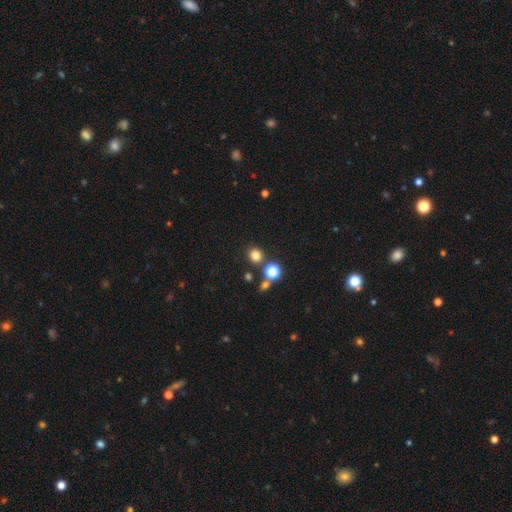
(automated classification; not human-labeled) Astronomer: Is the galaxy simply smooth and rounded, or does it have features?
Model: smooth — 78%.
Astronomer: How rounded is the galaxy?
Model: round — 87%.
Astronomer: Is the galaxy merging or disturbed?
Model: none — 80%.